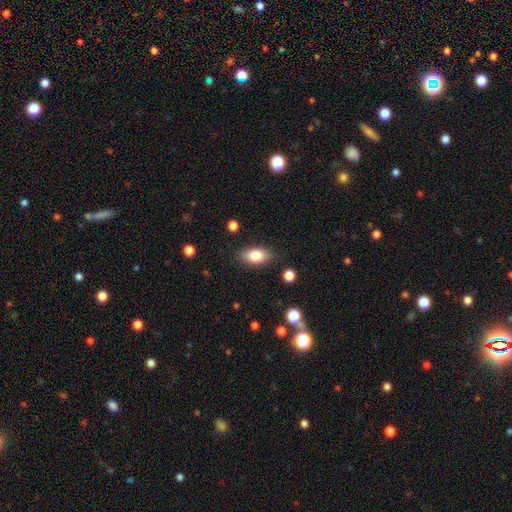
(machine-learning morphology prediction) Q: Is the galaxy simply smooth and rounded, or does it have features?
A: smooth — 81%.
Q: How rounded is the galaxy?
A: in between — 88%.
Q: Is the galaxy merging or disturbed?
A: none — 84%.